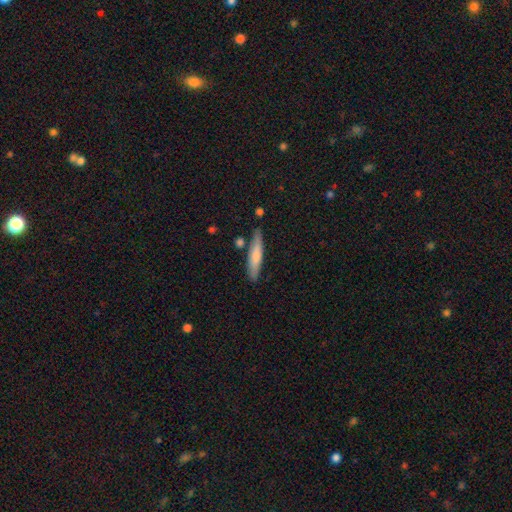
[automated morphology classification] type=smooth (71%); roundness=cigar-shaped (84%); merging=none (78%).